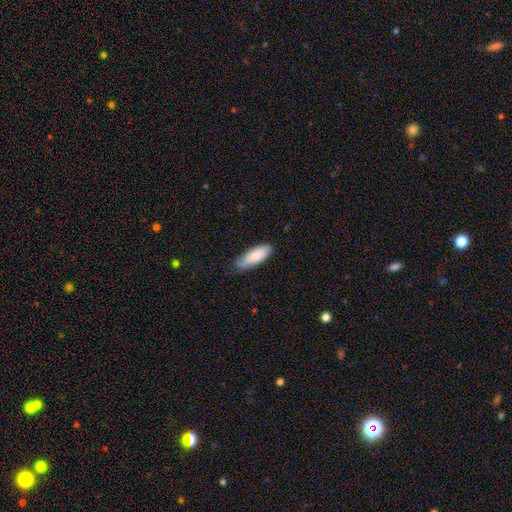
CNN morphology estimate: This is likely a smooth galaxy (75%). How rounded: likely in between (65%). Merging: likely none (76%).